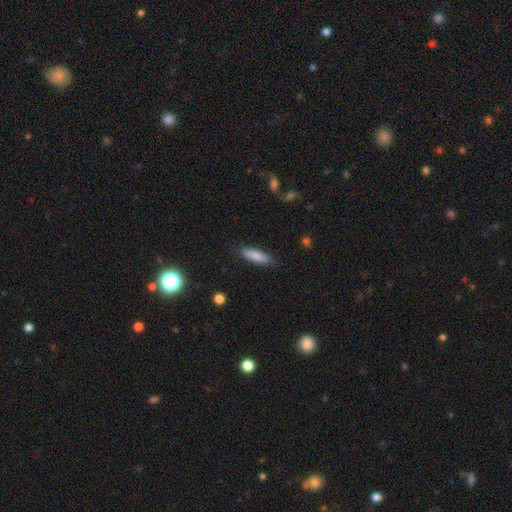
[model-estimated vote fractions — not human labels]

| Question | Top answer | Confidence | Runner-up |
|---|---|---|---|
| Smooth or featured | smooth | 84% | featured or disk (10%) |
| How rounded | cigar-shaped | 56% | in between (42%) |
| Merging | none | 81% | minor disturbance (14%) |